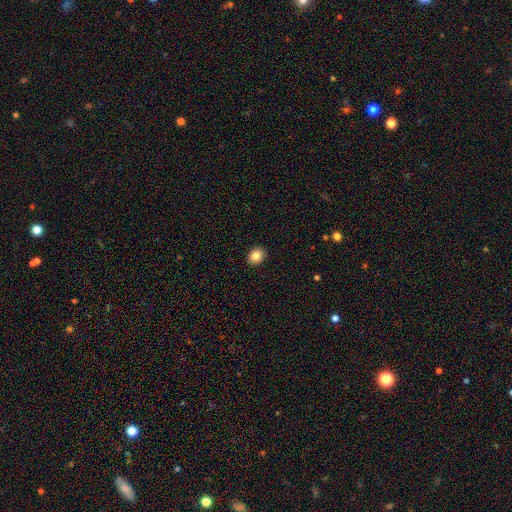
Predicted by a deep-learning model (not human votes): A smooth galaxy with no disk features (84%) that is round (58%).

Vote fractions:
- Smooth or featured? smooth: 84% / star or artifact: 10% / featured or disk: 6%
- How rounded? round: 58% / in between: 41% / cigar-shaped: 1%
- Merging? none: 91% / minor disturbance: 6% / major disturbance: 2% / merger: 1%